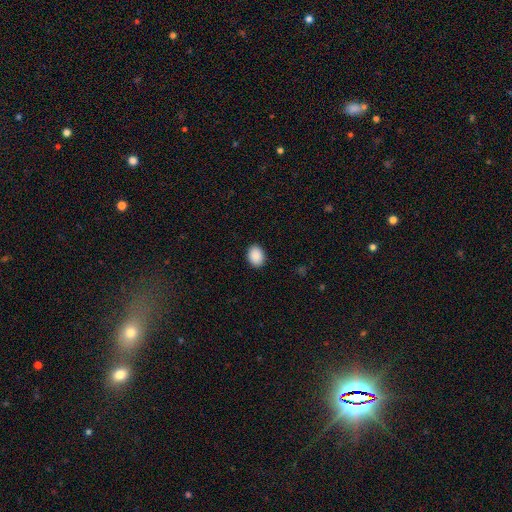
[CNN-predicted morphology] type=smooth (90%); roundness=in between (68%); merging=none (90%).